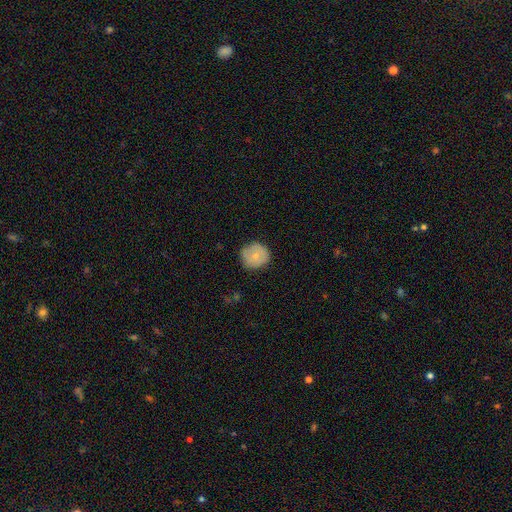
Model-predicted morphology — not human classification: This appears to be a smooth galaxy with no disk features (75%) that is round (86%). Merging: none (75%).